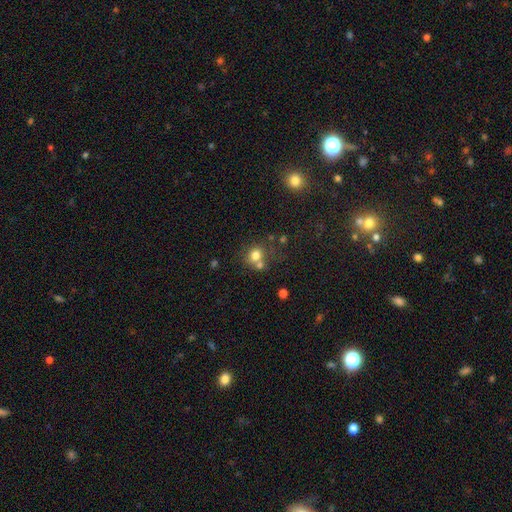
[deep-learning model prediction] Smooth or featured?
  - smooth: 76% *
  - star or artifact: 14%
  - featured or disk: 11%
How rounded?
  - round: 76% *
  - in between: 23%
  - cigar-shaped: 1%
Merging?
  - none: 51% *
  - merger: 32%
  - minor disturbance: 11%
  - major disturbance: 5%